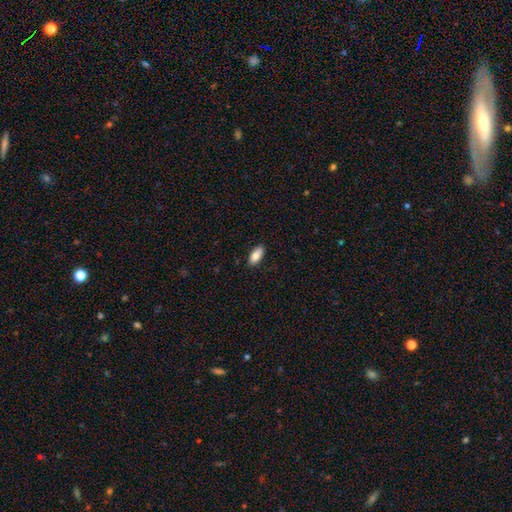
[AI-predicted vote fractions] Q: Smooth or featured?
A: smooth (83%); runner-up: featured or disk (11%)
Q: How rounded?
A: in between (86%); runner-up: cigar-shaped (12%)
Q: Merging?
A: none (89%); runner-up: minor disturbance (9%)